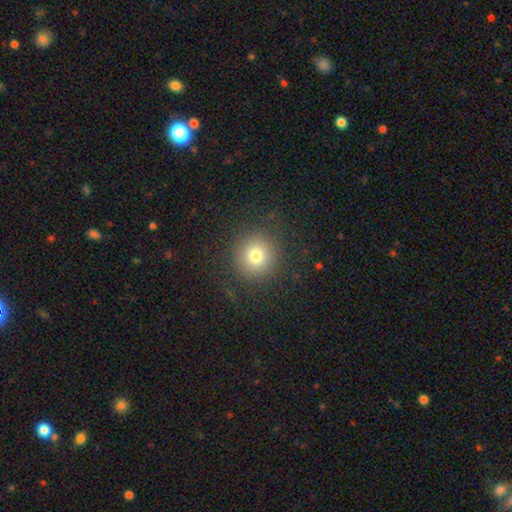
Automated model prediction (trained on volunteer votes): The model was most divided on "smooth or featured": smooth: 76%, star or artifact: 14%, featured or disk: 10%. More confident: how rounded — round (93%); merging — none (86%).